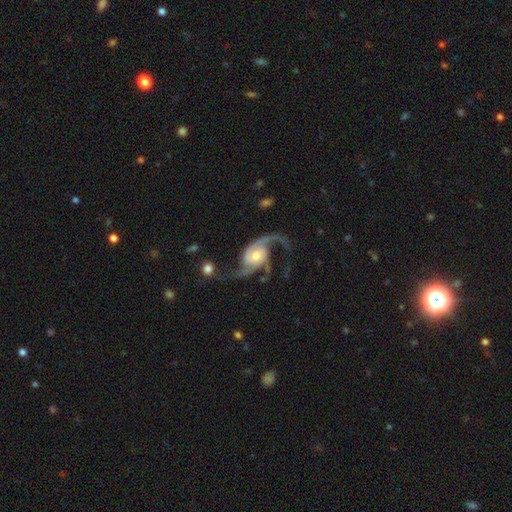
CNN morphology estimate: Smooth or featured? featured or disk (92%)
Edge-on disk? no (98%)
Bar? no (62%)
Spiral arms? yes (98%)
Spiral winding? loose (51%)
Spiral arm count? 2 (85%)
Bulge size? moderate (55%)
Merging? none (65%)